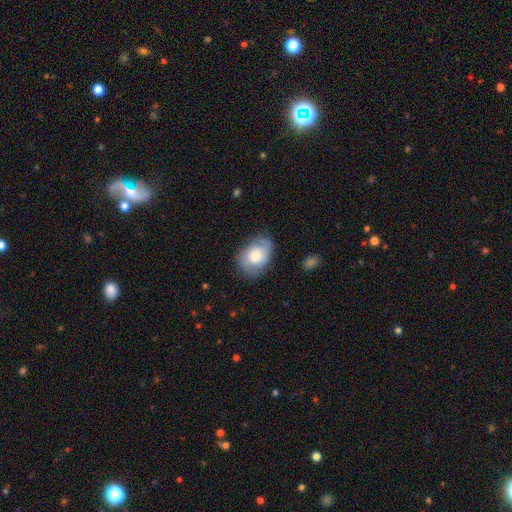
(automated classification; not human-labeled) Q: Smooth or featured?
A: featured or disk (51%); runner-up: smooth (42%)
Q: Edge-on disk?
A: no (96%); runner-up: yes (4%)
Q: Merging?
A: none (69%); runner-up: minor disturbance (22%)